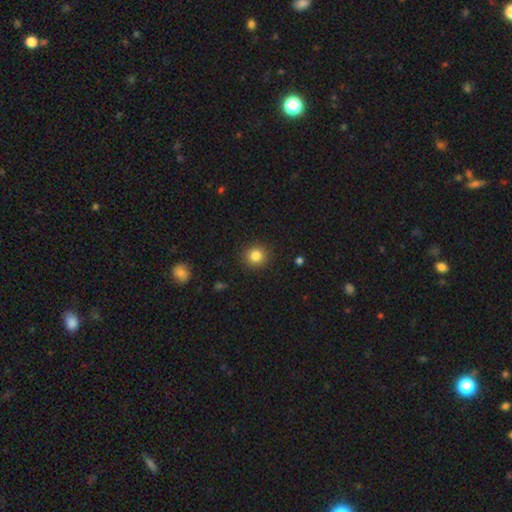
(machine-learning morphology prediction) Q: Smooth or featured?
A: smooth (84%); runner-up: star or artifact (11%)
Q: How rounded?
A: round (91%); runner-up: in between (8%)
Q: Merging?
A: none (91%); runner-up: minor disturbance (6%)